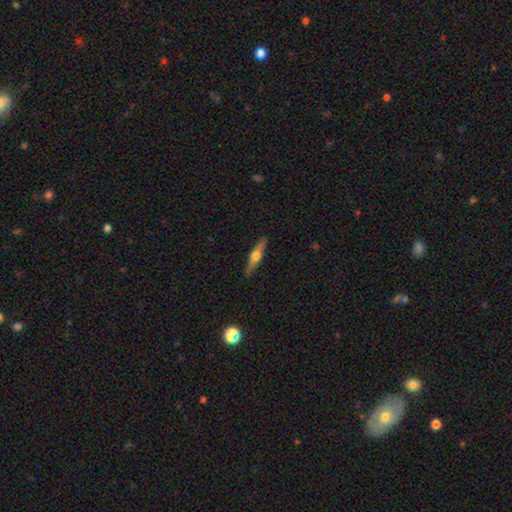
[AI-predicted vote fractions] Smooth or featured: featured or disk — 63% (smooth — 31%)
Edge-on disk: yes — 96% (no — 4%)
Edge-on bulge: rounded — 94% (boxy — 3%)
Merging: none — 90% (minor disturbance — 7%)